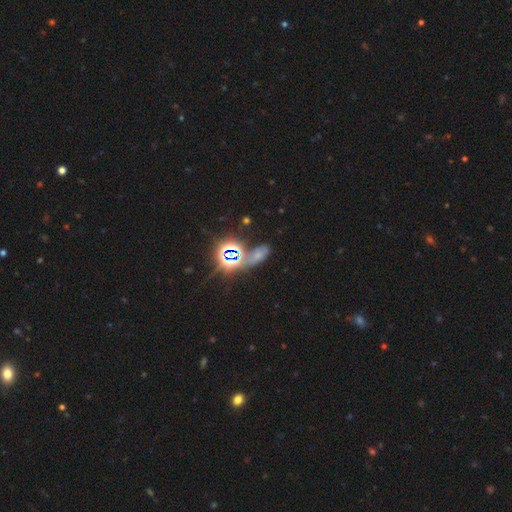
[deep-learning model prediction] Smooth or featured: star or artifact — 57% (smooth — 29%)